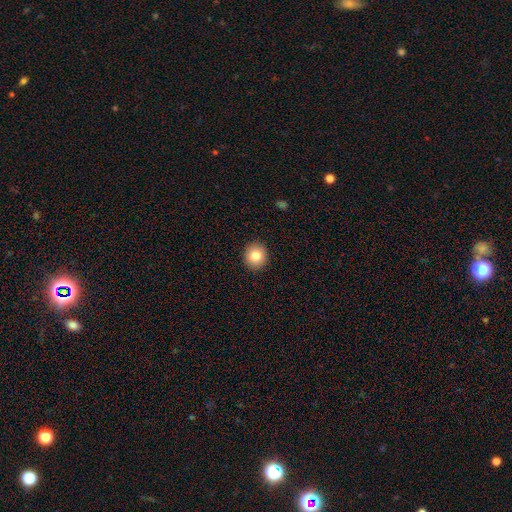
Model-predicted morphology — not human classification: smooth-or-featured: smooth: 84% | star or artifact: 9% | featured or disk: 7%
  how-rounded: round: 82% | in between: 17% | cigar-shaped: 1%
  merging: none: 92% | minor disturbance: 6% | major disturbance: 2% | merger: 1%